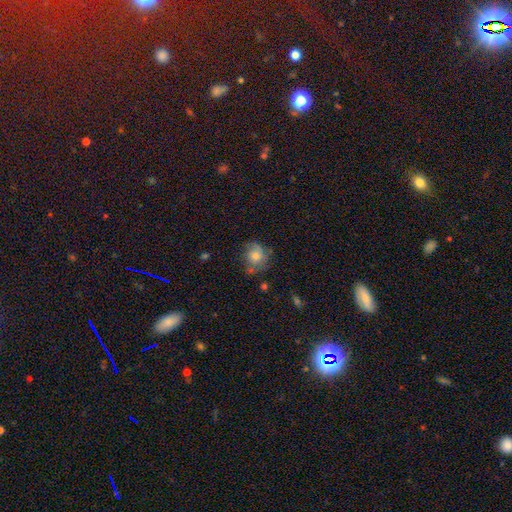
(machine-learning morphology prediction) Smooth or featured?
  - smooth: 65% *
  - featured or disk: 25%
  - star or artifact: 10%
How rounded?
  - round: 76% *
  - in between: 23%
  - cigar-shaped: 1%
Merging?
  - none: 58% *
  - minor disturbance: 27%
  - major disturbance: 11%
  - merger: 4%